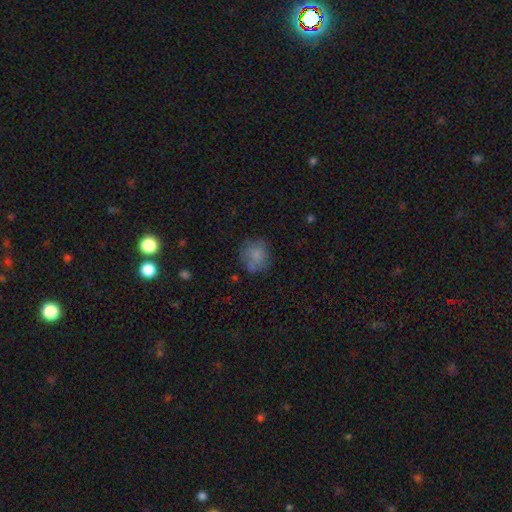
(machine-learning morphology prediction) Q: Smooth or featured?
A: smooth (74%); runner-up: featured or disk (15%)
Q: How rounded?
A: round (80%); runner-up: in between (19%)
Q: Merging?
A: none (69%); runner-up: minor disturbance (19%)